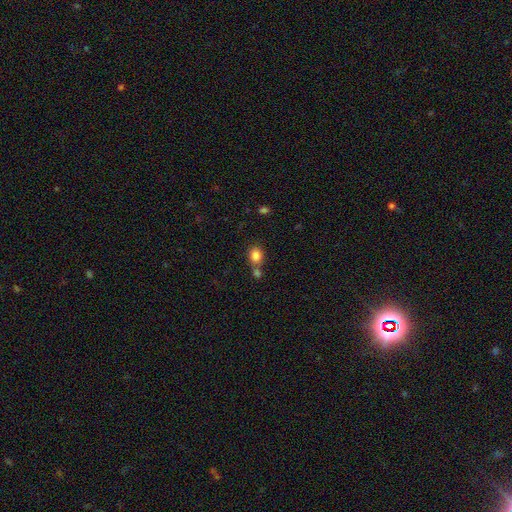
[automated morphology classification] A smooth galaxy with no disk features (84%) that is round (50%).

Vote fractions:
- Smooth or featured? smooth: 84% / star or artifact: 10% / featured or disk: 6%
- How rounded? round: 50% / in between: 49% / cigar-shaped: 1%
- Merging? none: 56% / merger: 29% / minor disturbance: 11% / major disturbance: 4%